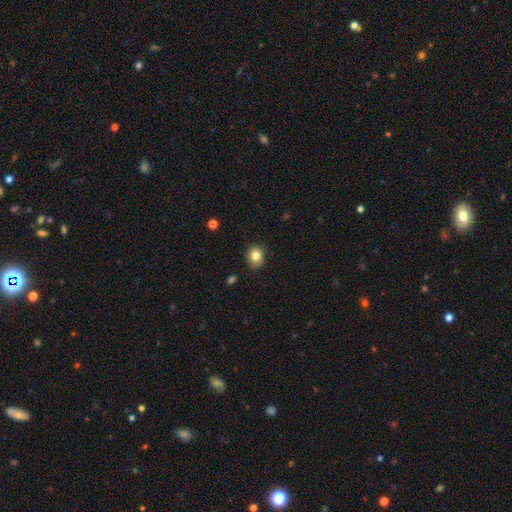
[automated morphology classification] Smooth or featured? smooth (83%)
How rounded? round (67%)
Merging? none (87%)